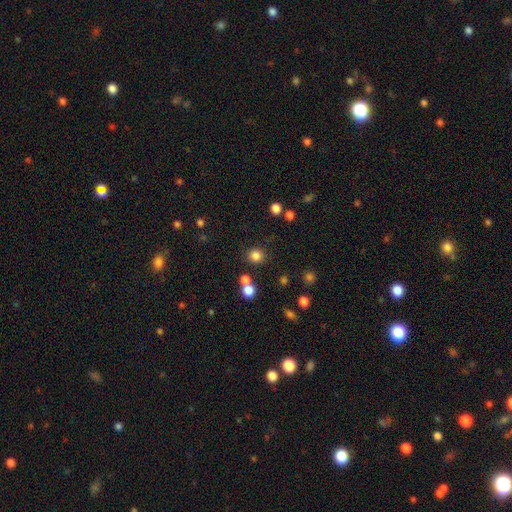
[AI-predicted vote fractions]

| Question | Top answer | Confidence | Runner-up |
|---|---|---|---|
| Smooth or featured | smooth | 81% | star or artifact (14%) |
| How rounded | round | 89% | in between (10%) |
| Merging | none | 81% | merger (9%) |